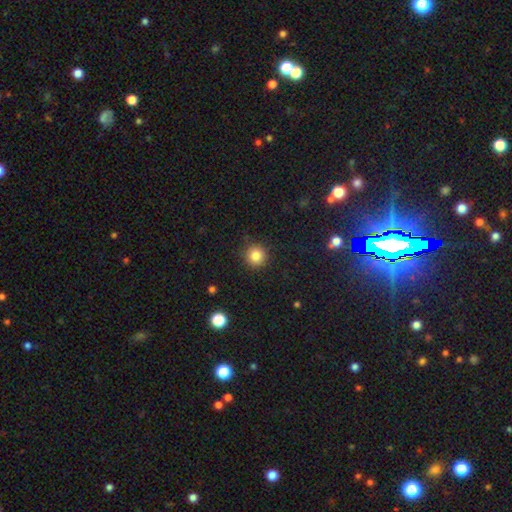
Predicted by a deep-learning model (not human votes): Overall: smooth (83%). How rounded: round (94%). Merging: none (90%).